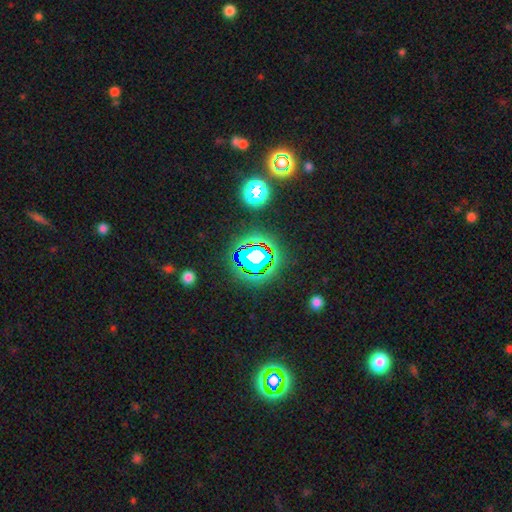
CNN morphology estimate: The model was most divided on "smooth or featured": star or artifact: 64%, smooth: 21%, featured or disk: 14%.